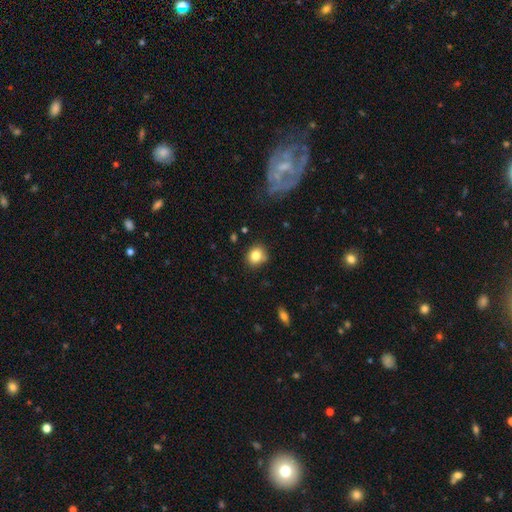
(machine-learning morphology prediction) This is clearly a smooth galaxy (81%). How rounded: likely round (73%). Merging: likely none (80%).